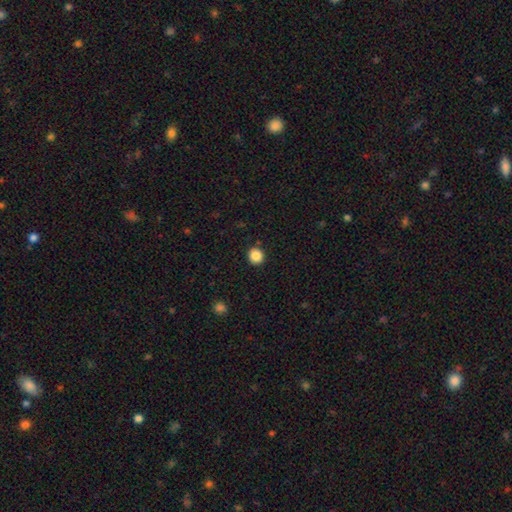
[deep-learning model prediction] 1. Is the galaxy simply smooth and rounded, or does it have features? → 86% smooth, 10% star or artifact, 4% featured or disk.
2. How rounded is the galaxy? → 91% round, 8% in between, 1% cigar-shaped.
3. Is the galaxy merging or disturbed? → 91% none, 6% minor disturbance, 2% major disturbance, 1% merger.